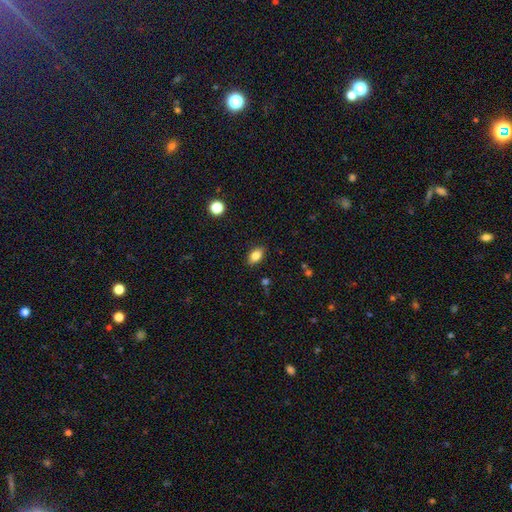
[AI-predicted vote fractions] This is clearly a smooth galaxy (82%). How rounded: clearly in between (87%). Merging: clearly none (87%).